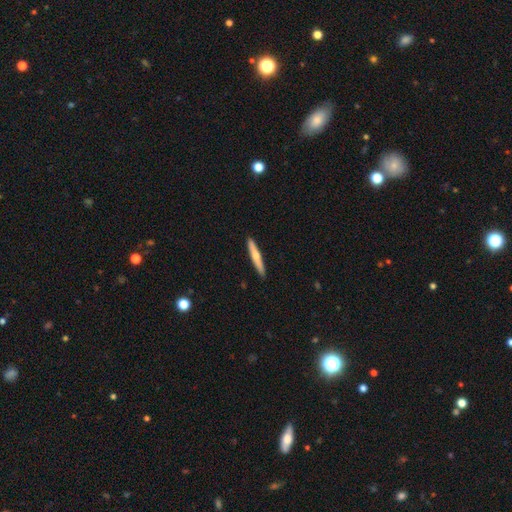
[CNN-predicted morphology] The model was most divided on "smooth or featured": smooth: 50%, featured or disk: 45%, star or artifact: 5%. More confident: merging — none (91%).